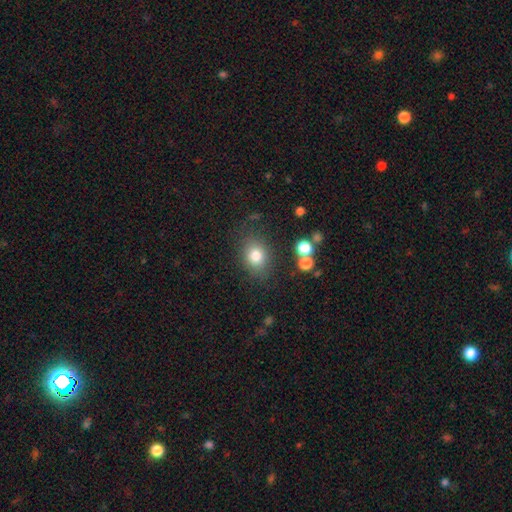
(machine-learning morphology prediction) This appears to be a smooth galaxy with no disk features (80%) that is in between round and cigar-shaped (53%). Merging: none (78%).